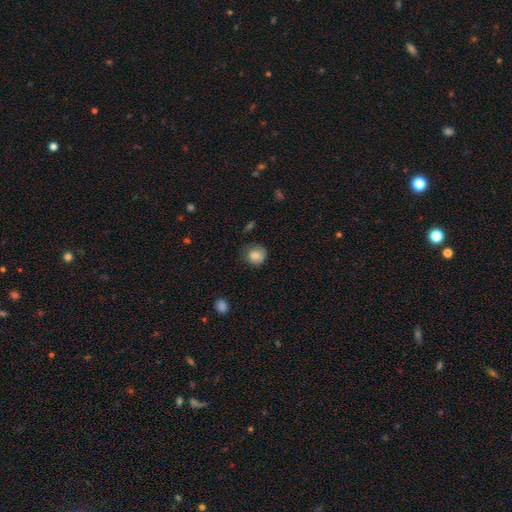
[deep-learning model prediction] smooth 83%, star or artifact 9%, featured or disk 8%. Down the decision tree: how rounded — round (76%); merging — none (62%).